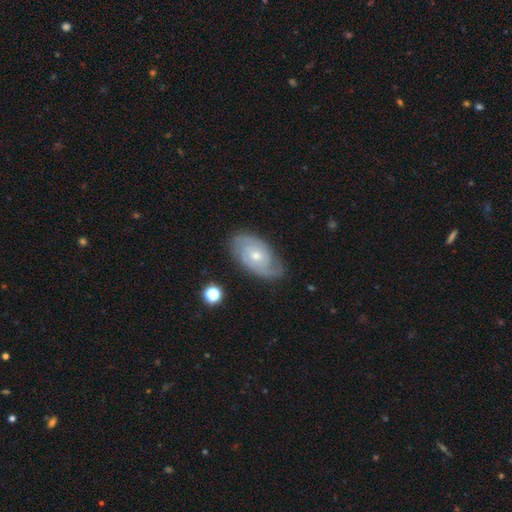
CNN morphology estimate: Smooth or featured: featured or disk — 78% (smooth — 16%)
Edge-on disk: no — 95% (yes — 5%)
Bar: no — 70% (weak — 26%)
Spiral arms: yes — 93% (no — 7%)
Spiral winding: tight — 60% (medium — 31%)
Spiral arm count: 2 — 59% (can't tell — 22%)
Bulge size: small — 54% (moderate — 43%)
Merging: none — 78% (minor disturbance — 16%)